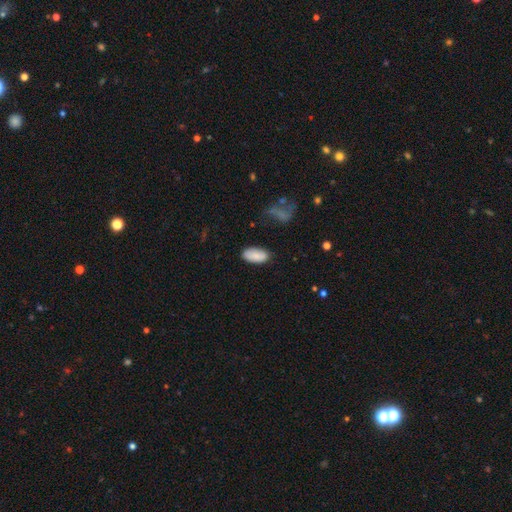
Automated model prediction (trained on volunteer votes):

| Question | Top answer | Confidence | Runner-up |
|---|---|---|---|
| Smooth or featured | smooth | 87% | star or artifact (7%) |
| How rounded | in between | 93% | cigar-shaped (5%) |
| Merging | none | 79% | minor disturbance (15%) |